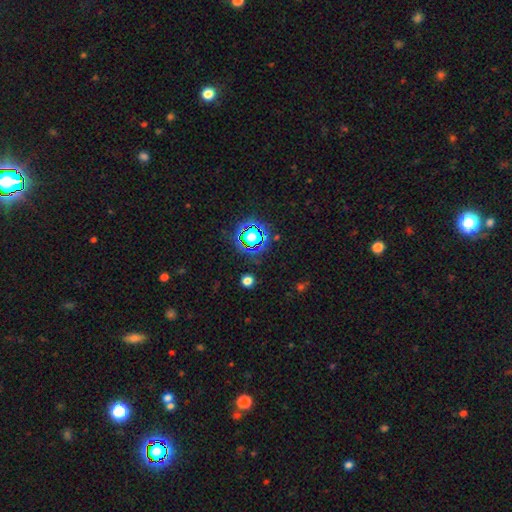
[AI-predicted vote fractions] Smooth or featured: star or artifact — 77% (smooth — 15%)